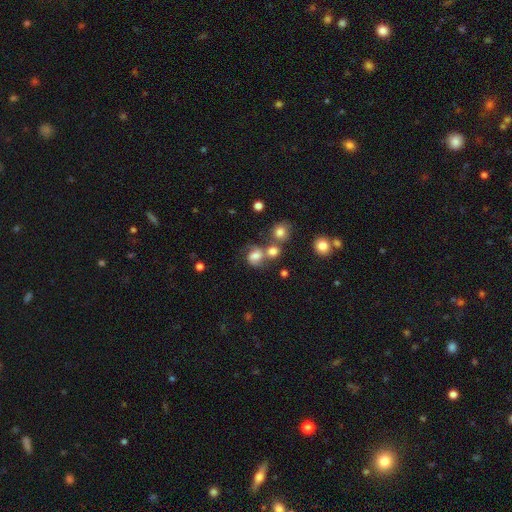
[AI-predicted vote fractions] smooth_or_featured: smooth (p=0.51) [alt: featured or disk p=0.36]
how_rounded: round (p=0.70) [alt: in between p=0.28]
merging: none (p=0.44) [alt: merger p=0.29]